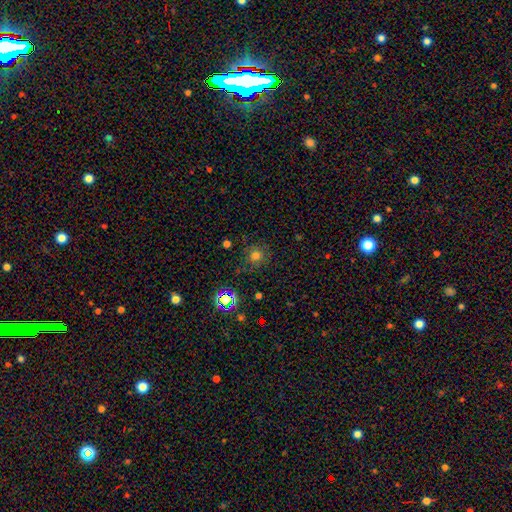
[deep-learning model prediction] Morphology: type=smooth (69%); roundness=round (92%); merging=none (83%).